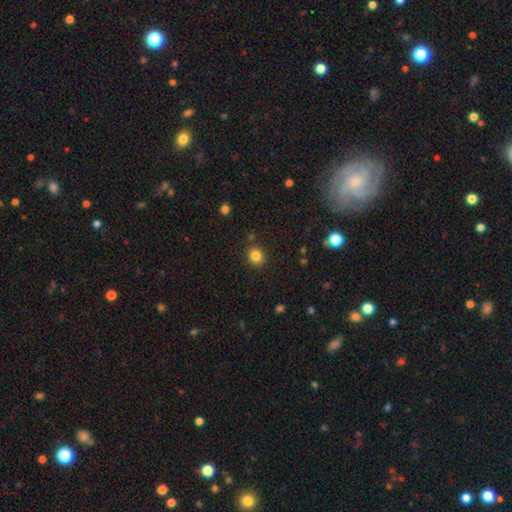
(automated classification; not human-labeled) This appears to be a smooth galaxy with no disk features (83%) that is round (70%). Merging: none (86%).